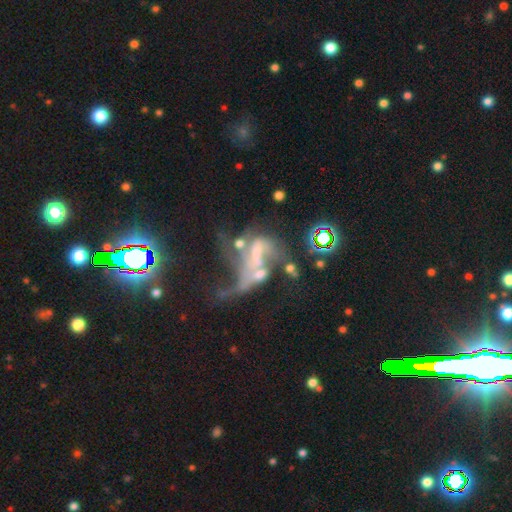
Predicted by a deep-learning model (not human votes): Q: Smooth or featured?
A: featured or disk (61%); runner-up: star or artifact (24%)
Q: Edge-on disk?
A: no (95%); runner-up: yes (5%)
Q: Bar?
A: no (63%); runner-up: weak (23%)
Q: Spiral arms?
A: no (55%); runner-up: yes (45%)
Q: Bulge size?
A: none (46%); runner-up: small (28%)
Q: Merging?
A: merger (42%); runner-up: major disturbance (35%)